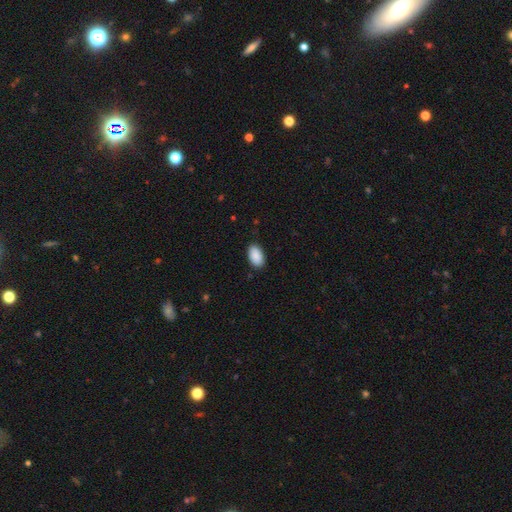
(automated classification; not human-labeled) Smooth or featured? smooth (91%)
How rounded? in between (95%)
Merging? none (87%)